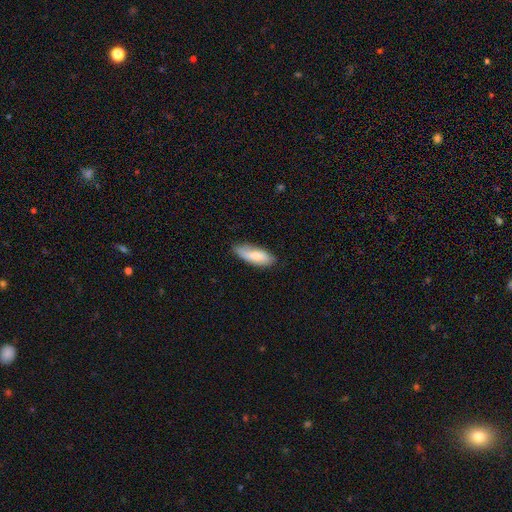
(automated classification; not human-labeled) Smooth or featured?
  - smooth: 71% *
  - featured or disk: 23%
  - star or artifact: 6%
How rounded?
  - in between: 75% *
  - cigar-shaped: 23%
  - round: 2%
Merging?
  - none: 71% *
  - minor disturbance: 24%
  - major disturbance: 4%
  - merger: 1%